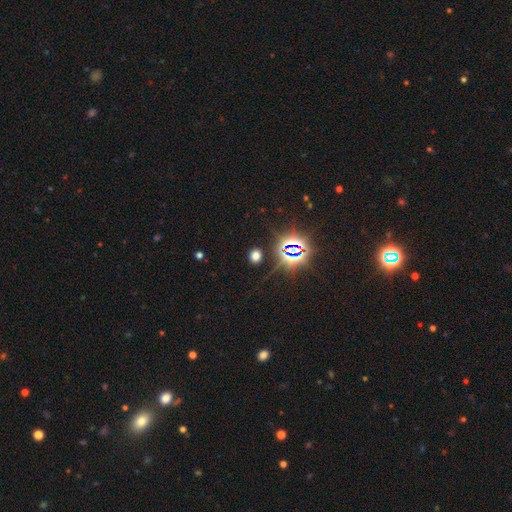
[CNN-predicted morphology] smooth 56%, star or artifact 37%, featured or disk 7%. Down the decision tree: how rounded — round (62%); merging — none (86%).